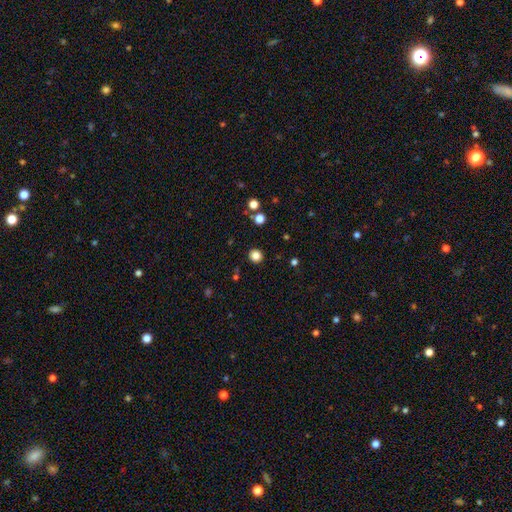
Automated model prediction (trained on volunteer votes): Smooth or featured: smooth — 84% (star or artifact — 12%)
How rounded: round — 92% (in between — 8%)
Merging: none — 91% (minor disturbance — 5%)